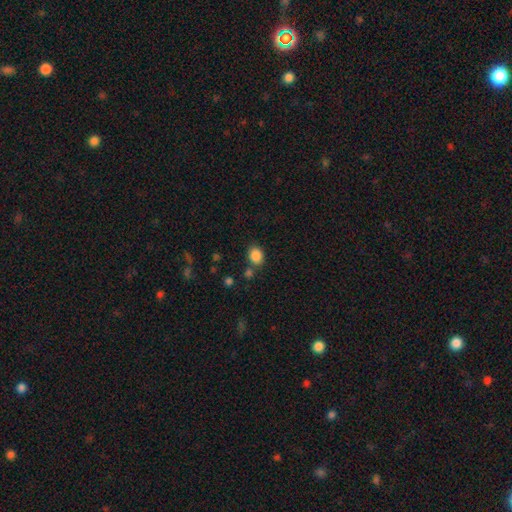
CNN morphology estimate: This is clearly a smooth galaxy (86%). How rounded: possibly in between (54%). Merging: likely none (73%).